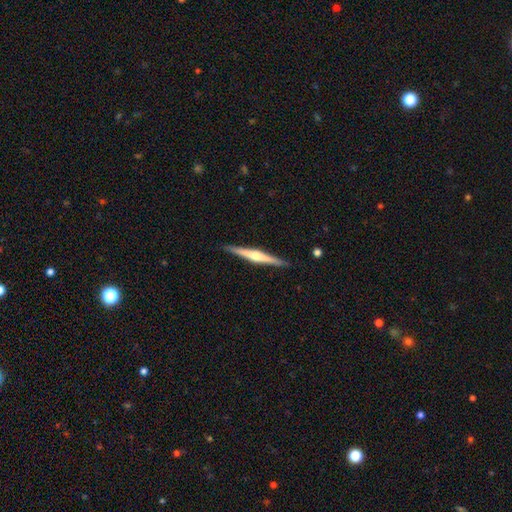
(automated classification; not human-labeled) A featured or disk galaxy (73%) viewed edge-on (98%) with a rounded central bulge (83%).

Vote fractions:
- Smooth or featured? featured or disk: 73% / smooth: 22% / star or artifact: 5%
- Edge-on disk? yes: 98% / no: 2%
- Edge-on bulge? rounded: 83% / none: 10% / boxy: 8%
- Merging? none: 90% / minor disturbance: 7% / major disturbance: 1% / merger: 1%